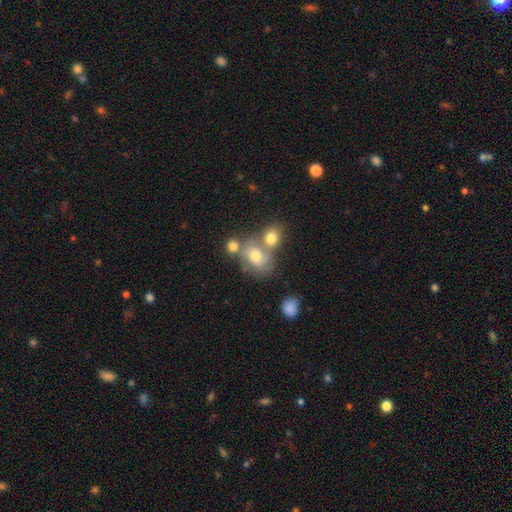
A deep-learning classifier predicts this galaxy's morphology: Smooth or featured? smooth (58%)
How rounded? in between (55%)
Merging? merger (46%)